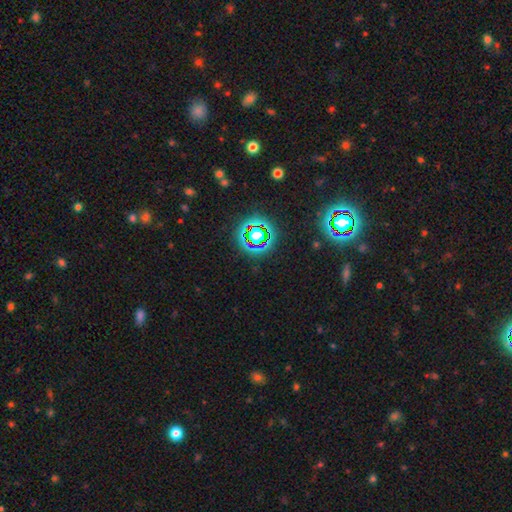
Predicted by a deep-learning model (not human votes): Smooth or featured: star or artifact — 78% (smooth — 14%)